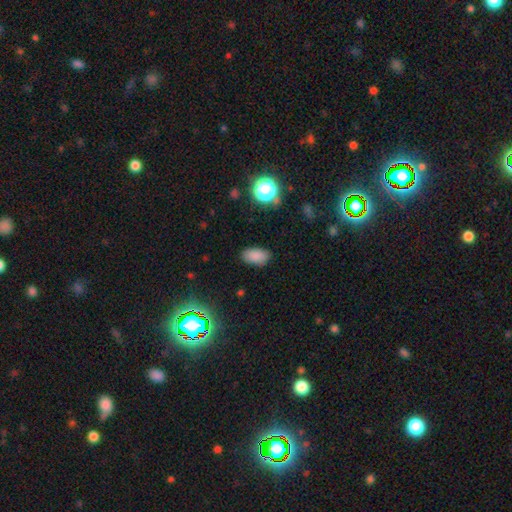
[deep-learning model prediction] Overall: smooth (84%). How rounded: in between (93%). Merging: none (84%).